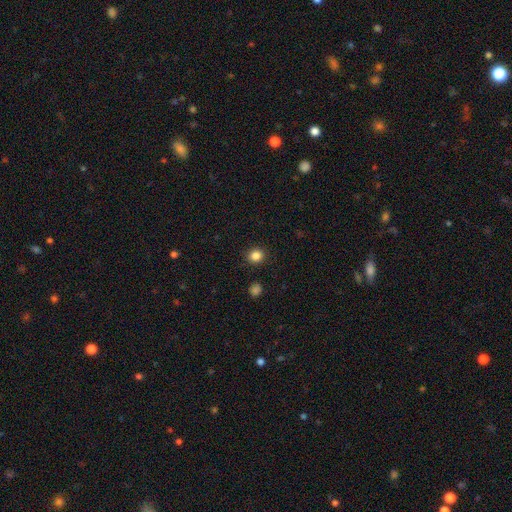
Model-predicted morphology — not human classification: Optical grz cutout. It shows a smooth galaxy with no disk features (85%) that is round (82%). Merging: none (91%).